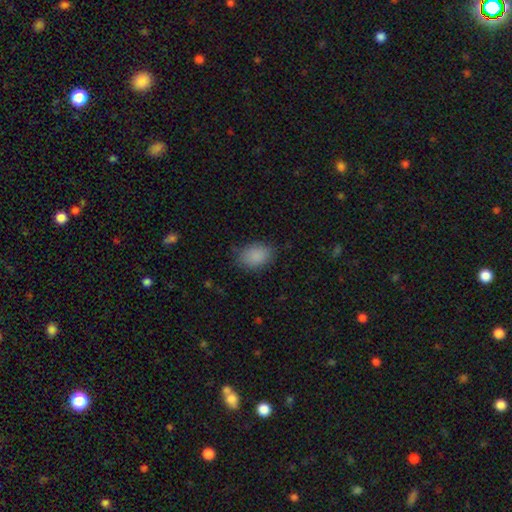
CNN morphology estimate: The model was most divided on "how rounded": in between: 76%, round: 23%, cigar-shaped: 1%. More confident: smooth or featured — smooth (88%); merging — none (79%).